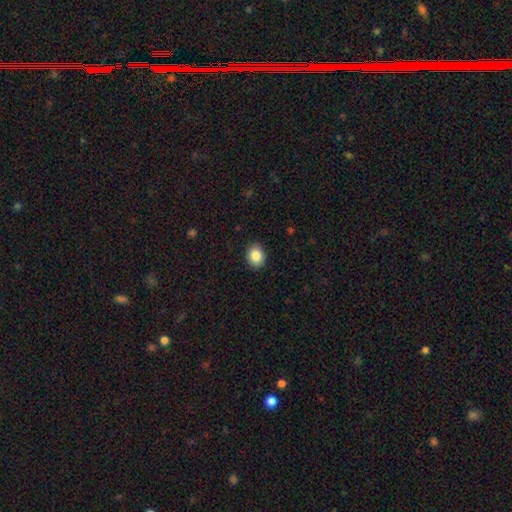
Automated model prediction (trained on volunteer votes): Q: Smooth or featured?
A: smooth (87%); runner-up: star or artifact (8%)
Q: How rounded?
A: round (56%); runner-up: in between (43%)
Q: Merging?
A: none (90%); runner-up: minor disturbance (7%)